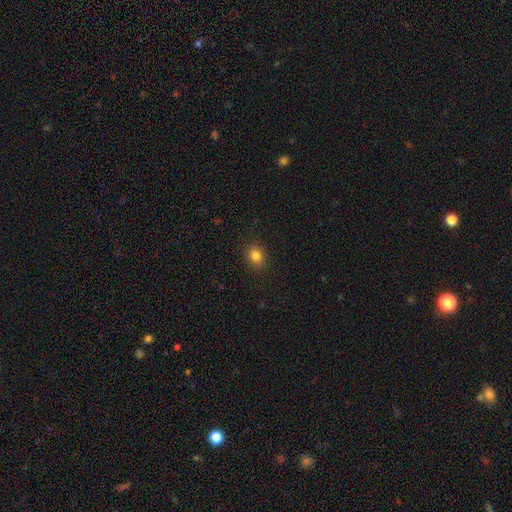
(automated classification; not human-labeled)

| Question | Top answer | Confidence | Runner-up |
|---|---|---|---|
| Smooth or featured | smooth | 83% | star or artifact (12%) |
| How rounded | round | 63% | in between (37%) |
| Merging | none | 89% | minor disturbance (8%) |